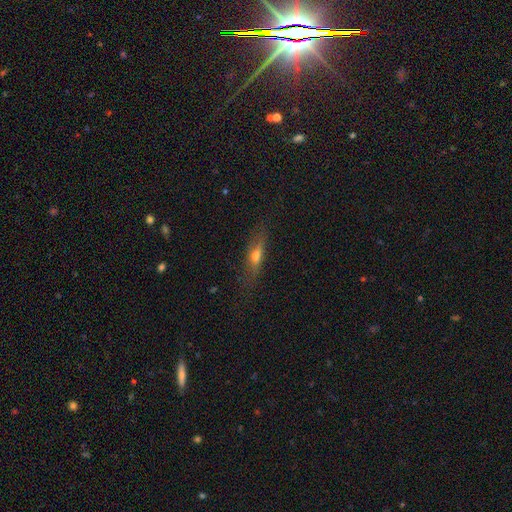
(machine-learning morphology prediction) The model was most divided on "smooth or featured": smooth: 47%, featured or disk: 43%, star or artifact: 10%. More confident: merging — none (78%).